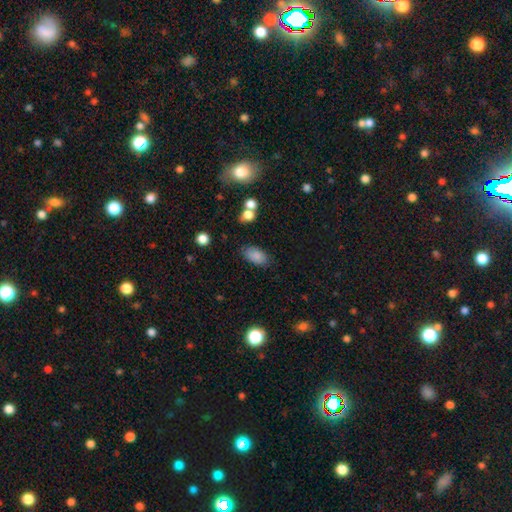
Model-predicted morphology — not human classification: smooth 85%, star or artifact 9%, featured or disk 6%. Down the decision tree: how rounded — in between (92%); merging — none (80%).